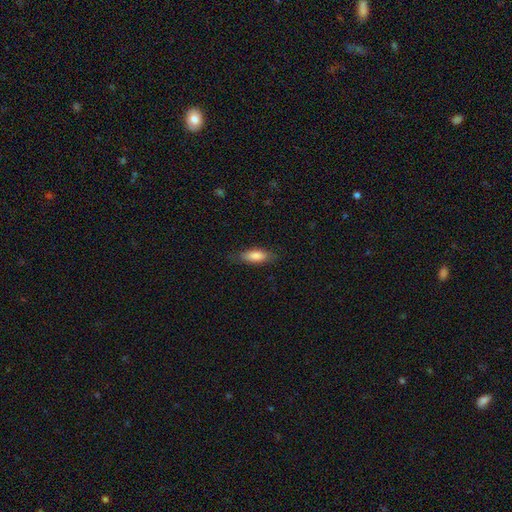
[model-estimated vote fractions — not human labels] smooth_or_featured: smooth (p=0.82) [alt: featured or disk p=0.11]
how_rounded: in between (p=0.67) [alt: cigar-shaped p=0.31]
merging: none (p=0.80) [alt: minor disturbance p=0.16]